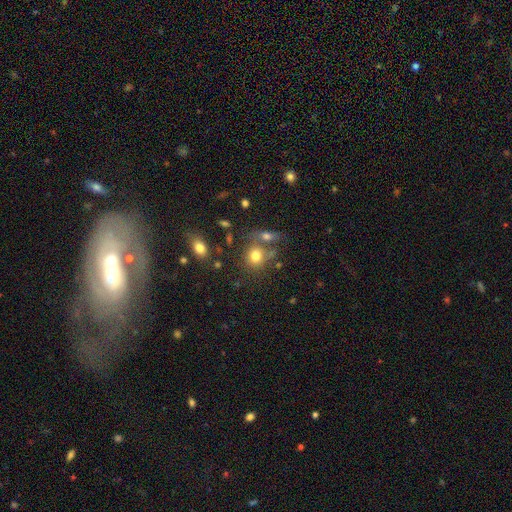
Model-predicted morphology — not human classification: This appears to be a smooth galaxy with no disk features (76%) that is round (69%). Merging: none (57%).